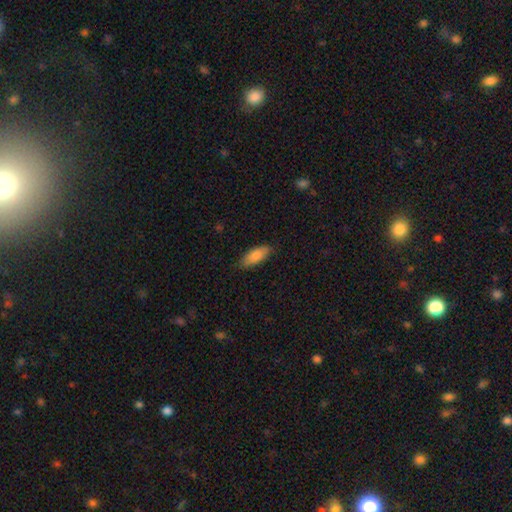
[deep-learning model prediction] A smooth galaxy with no disk features (83%) that is in between round and cigar-shaped (74%). Merging: none (81%).